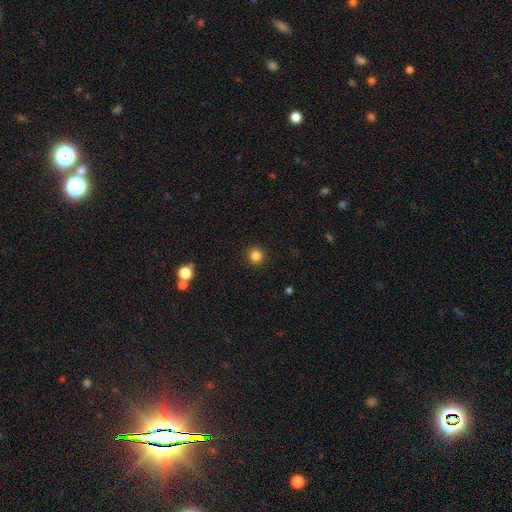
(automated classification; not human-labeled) A smooth galaxy with no disk features (84%) that is round (94%). Merging: none (92%).